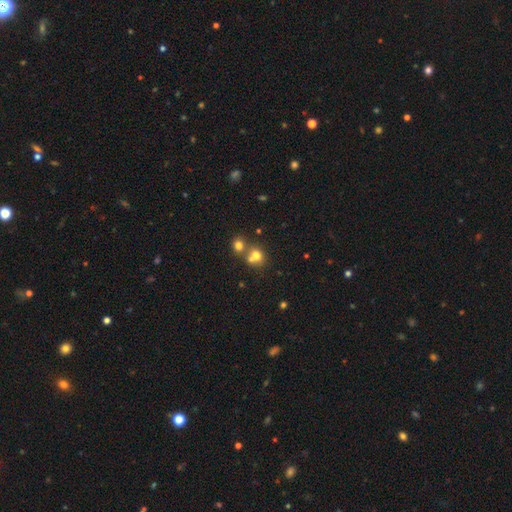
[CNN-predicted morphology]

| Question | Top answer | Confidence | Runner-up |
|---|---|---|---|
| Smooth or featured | smooth | 71% | star or artifact (16%) |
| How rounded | round | 78% | in between (21%) |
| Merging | merger | 49% | none (42%) |